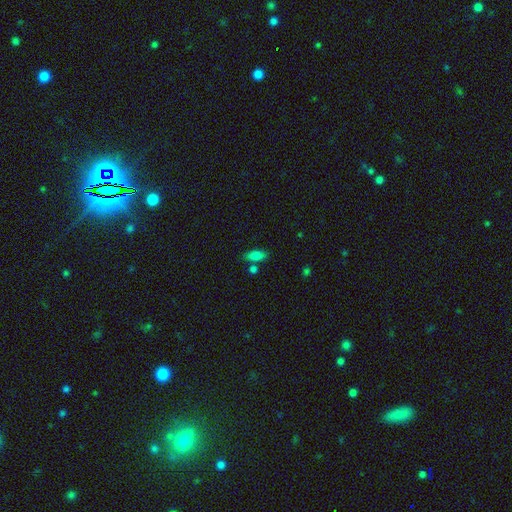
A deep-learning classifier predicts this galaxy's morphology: smooth 81%, star or artifact 10%, featured or disk 9%. Down the decision tree: how rounded — in between (79%); merging — none (70%).